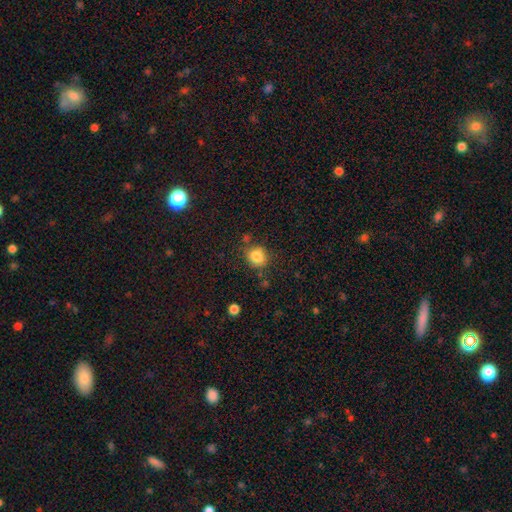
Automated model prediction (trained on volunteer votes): smooth-or-featured: smooth: 83% | star or artifact: 11% | featured or disk: 6%
  how-rounded: round: 78% | in between: 21% | cigar-shaped: 1%
  merging: none: 77% | minor disturbance: 14% | merger: 6% | major disturbance: 4%